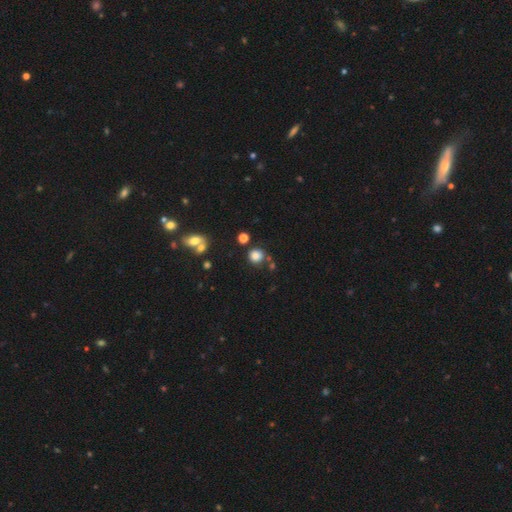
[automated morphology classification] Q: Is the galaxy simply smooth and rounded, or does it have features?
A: smooth — 81%.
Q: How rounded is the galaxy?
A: round — 88%.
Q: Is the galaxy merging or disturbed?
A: none — 73%.